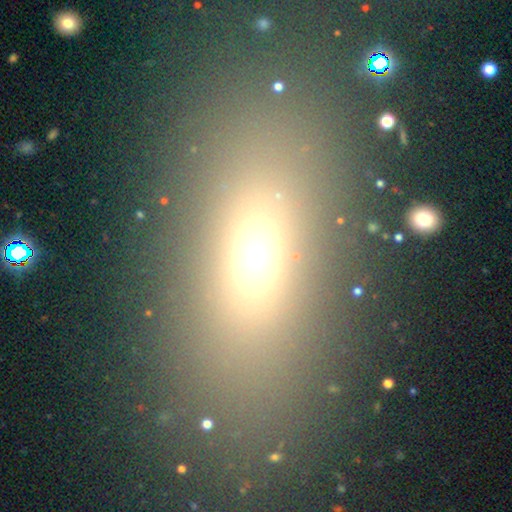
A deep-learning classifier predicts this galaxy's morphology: Smooth or featured: smooth — 64% (star or artifact — 19%)
How rounded: in between — 72% (cigar-shaped — 16%)
Merging: none — 76% (minor disturbance — 11%)